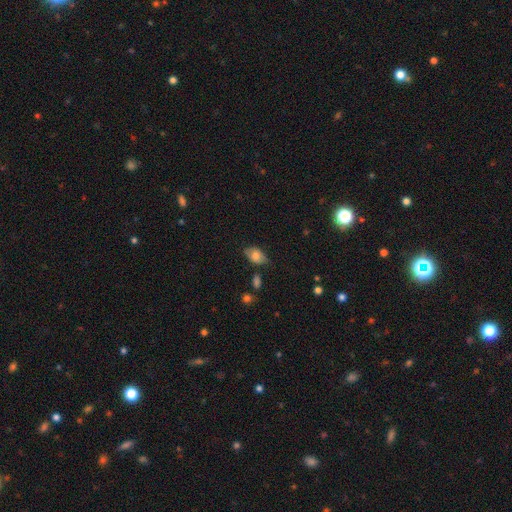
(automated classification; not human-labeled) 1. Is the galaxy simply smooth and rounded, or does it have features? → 73% smooth, 19% featured or disk, 8% star or artifact.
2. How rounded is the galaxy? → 89% in between, 9% round, 2% cigar-shaped.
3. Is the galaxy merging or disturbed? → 72% none, 21% minor disturbance, 4% major disturbance, 3% merger.